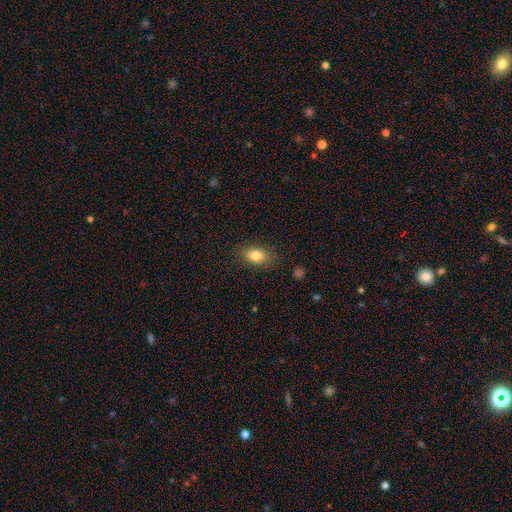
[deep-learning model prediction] Q: Smooth or featured?
A: smooth (81%); runner-up: featured or disk (10%)
Q: How rounded?
A: in between (84%); runner-up: round (13%)
Q: Merging?
A: none (82%); runner-up: minor disturbance (13%)